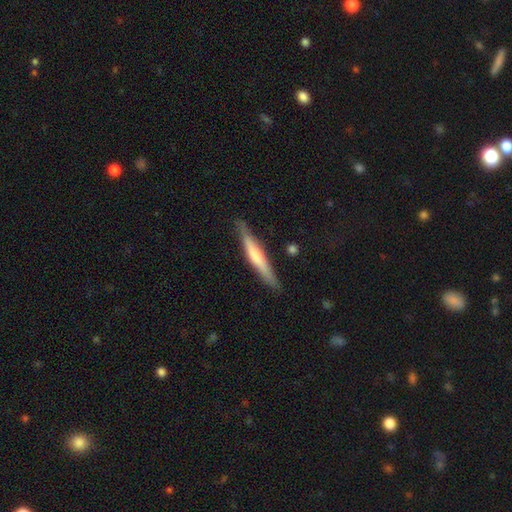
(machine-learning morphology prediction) This appears to be a smooth galaxy with no disk features (49%). Merging: none (85%).